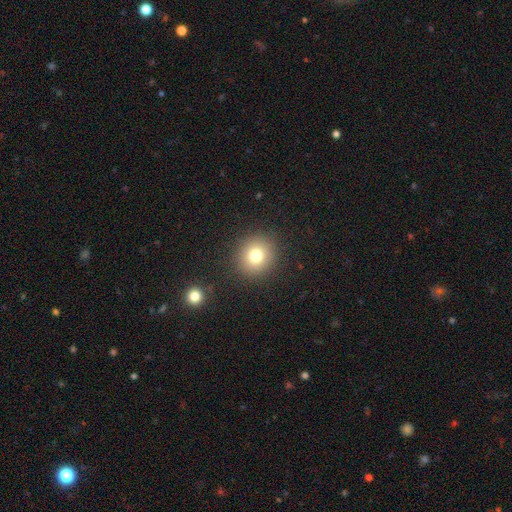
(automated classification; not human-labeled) smooth-or-featured: smooth: 76% | star or artifact: 14% | featured or disk: 10%
  how-rounded: round: 89% | in between: 10% | cigar-shaped: 1%
  merging: none: 90% | minor disturbance: 6% | major disturbance: 3% | merger: 1%